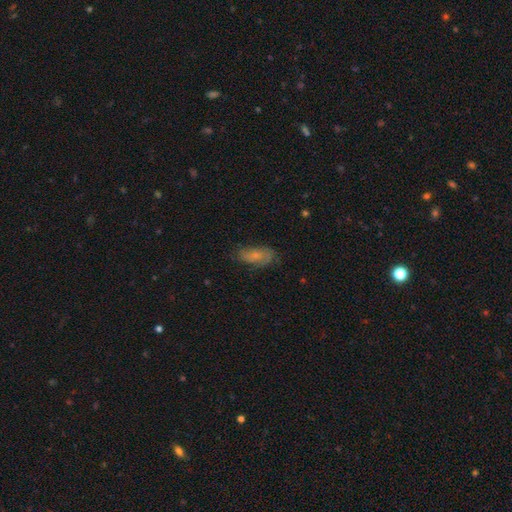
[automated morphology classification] Q: Smooth or featured?
A: smooth (58%); runner-up: featured or disk (32%)
Q: How rounded?
A: in between (81%); runner-up: cigar-shaped (16%)
Q: Merging?
A: none (67%); runner-up: minor disturbance (23%)